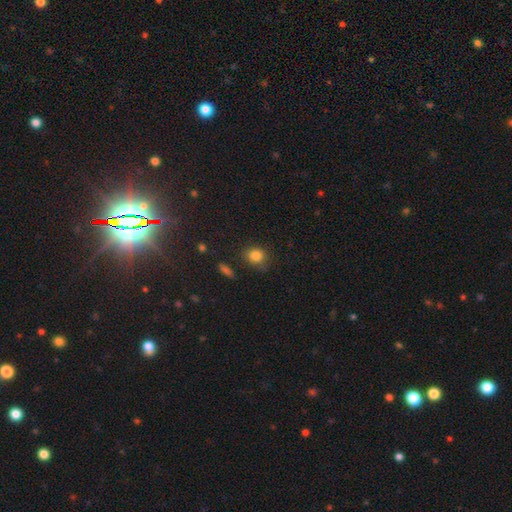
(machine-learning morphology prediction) Overall: smooth (84%). How rounded: round (69%; in between 30%). Merging: none (76%).